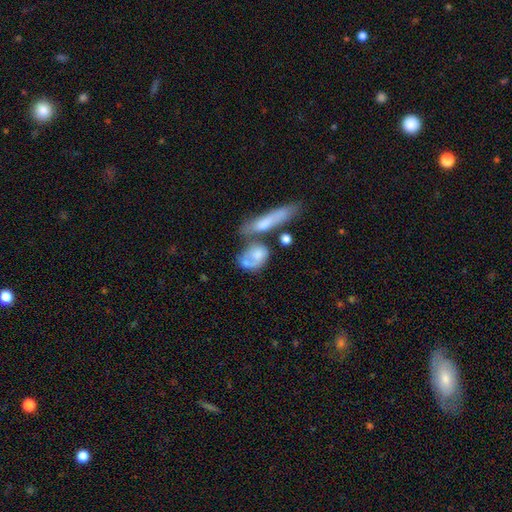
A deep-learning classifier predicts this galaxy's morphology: Q: Smooth or featured?
A: smooth (59%); runner-up: featured or disk (34%)
Q: How rounded?
A: in between (54%); runner-up: round (35%)
Q: Merging?
A: merger (35%); runner-up: none (32%)